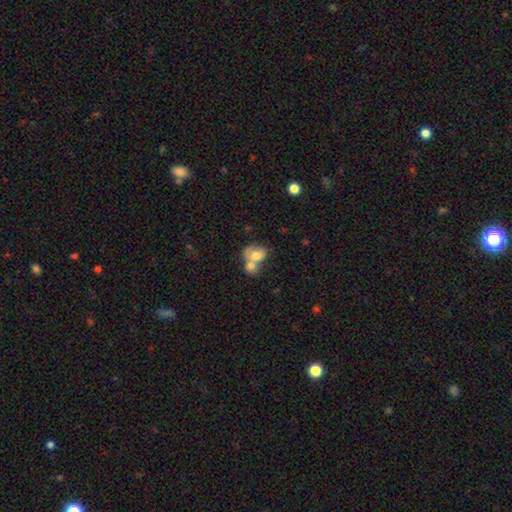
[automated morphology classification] Q: Smooth or featured?
A: smooth (68%); runner-up: featured or disk (24%)
Q: How rounded?
A: in between (60%); runner-up: round (39%)
Q: Merging?
A: merger (69%); runner-up: none (16%)